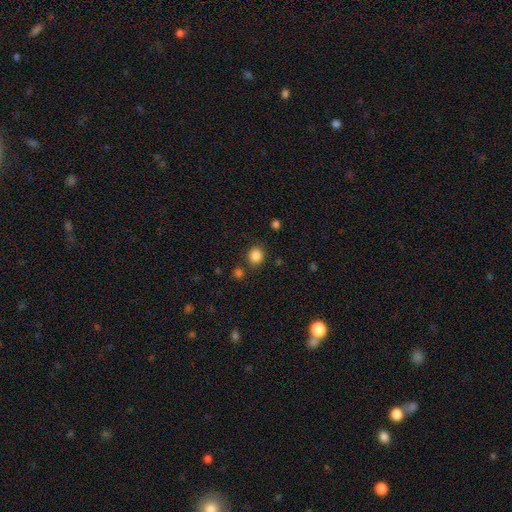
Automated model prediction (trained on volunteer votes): A smooth galaxy with no disk features (85%) that is round (83%). Merging: none (82%).